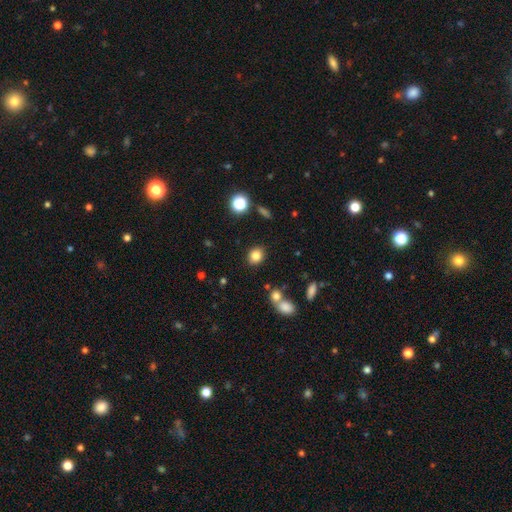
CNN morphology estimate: Smooth or featured: smooth — 82% (star or artifact — 11%)
How rounded: round — 60% (in between — 39%)
Merging: none — 86% (minor disturbance — 8%)